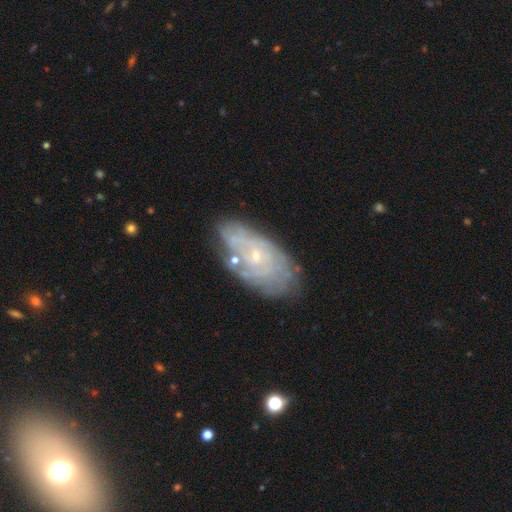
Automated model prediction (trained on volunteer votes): The model was most divided on "merging": none: 69%, minor disturbance: 20%, major disturbance: 6%, merger: 4%. More confident: edge-on disk — no (93%); bar — no (80%); bulge size — small (80%); spiral arms — yes (78%); smooth or featured — featured or disk (73%); spiral winding — tight (73%); spiral arm count — can't tell (61%).